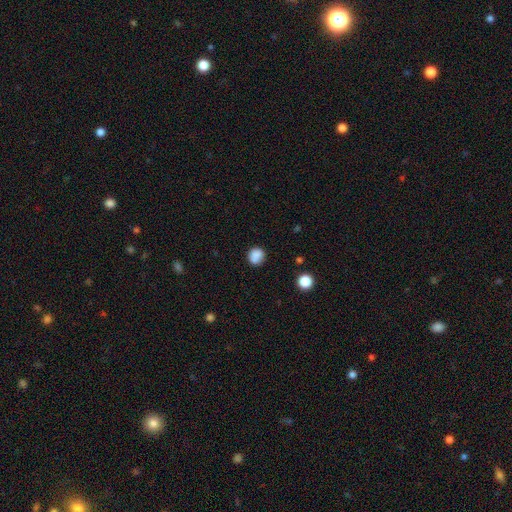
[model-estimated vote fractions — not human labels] Q: Smooth or featured?
A: smooth (84%); runner-up: star or artifact (10%)
Q: How rounded?
A: round (83%); runner-up: in between (16%)
Q: Merging?
A: none (76%); runner-up: minor disturbance (15%)